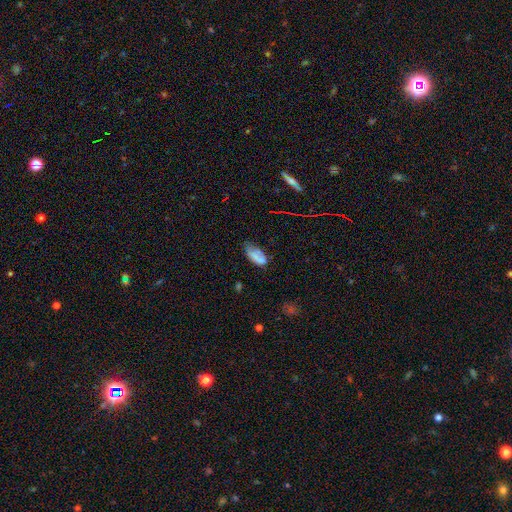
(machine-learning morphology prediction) Smooth or featured? smooth (72%)
How rounded? in between (90%)
Merging? none (45%)